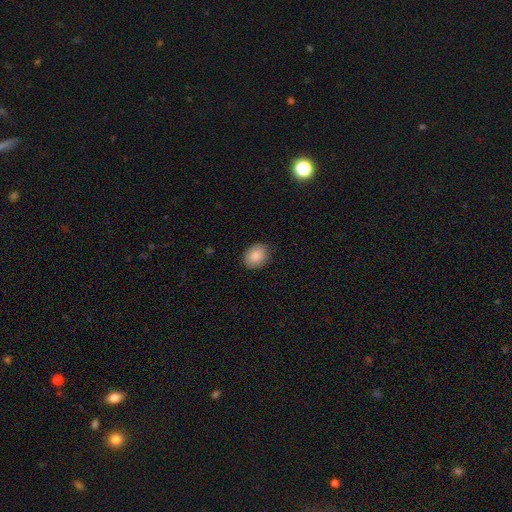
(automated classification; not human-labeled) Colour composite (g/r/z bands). It shows a smooth galaxy with no disk features (88%) that is in between round and cigar-shaped (60%). Merging: none (86%).